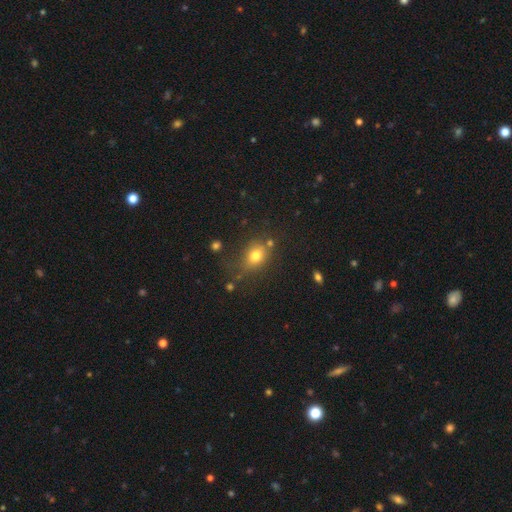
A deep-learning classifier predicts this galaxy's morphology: The model was most divided on "how rounded": in between: 58%, round: 40%, cigar-shaped: 2%. More confident: smooth or featured — smooth (76%); merging — none (64%).